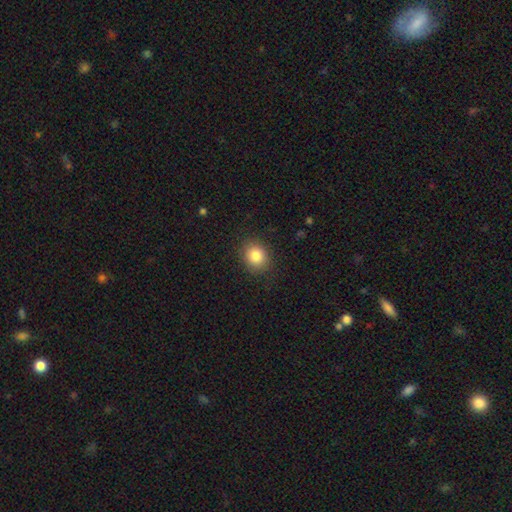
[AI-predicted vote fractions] Smooth or featured? Predicted: smooth (p=0.84). How rounded? Predicted: round (p=0.71). Merging? Predicted: none (p=0.87).